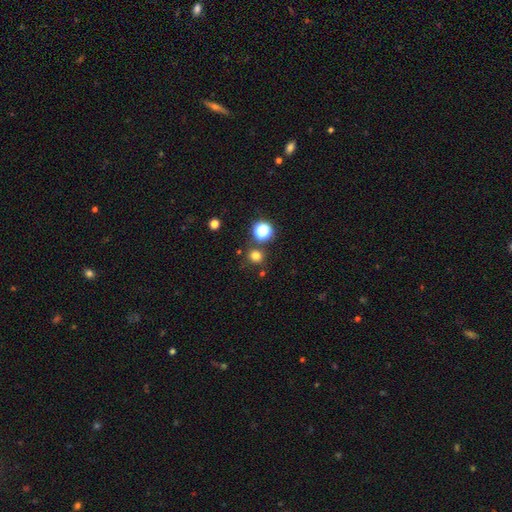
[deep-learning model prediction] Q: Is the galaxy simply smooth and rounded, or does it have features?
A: smooth — 75%.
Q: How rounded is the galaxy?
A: round — 87%.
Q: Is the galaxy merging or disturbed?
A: none — 80%.